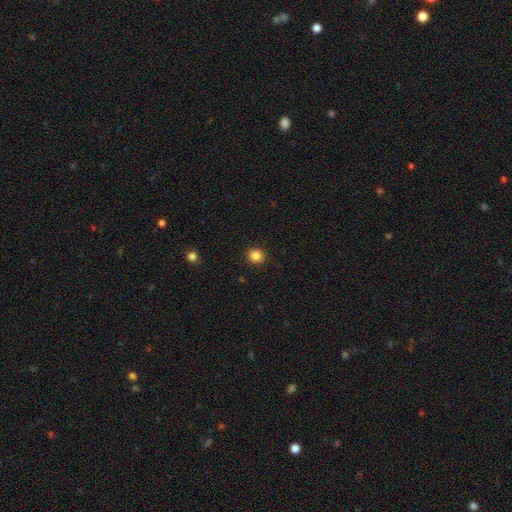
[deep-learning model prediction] Overall: smooth (85%). How rounded: round (86%). Merging: none (92%).